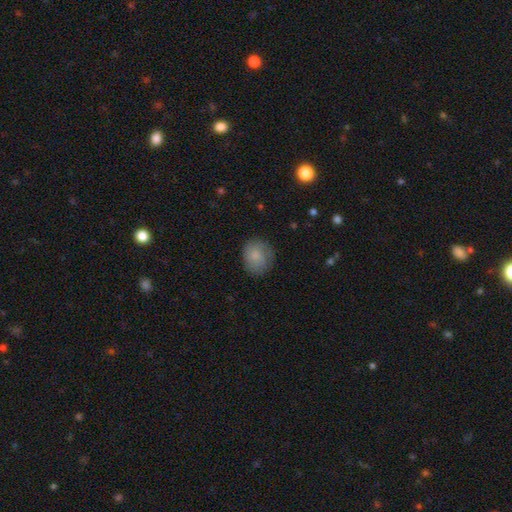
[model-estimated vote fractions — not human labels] The model was most divided on "how rounded": round: 60%, in between: 39%, cigar-shaped: 1%. More confident: smooth or featured — smooth (81%); merging — none (76%).